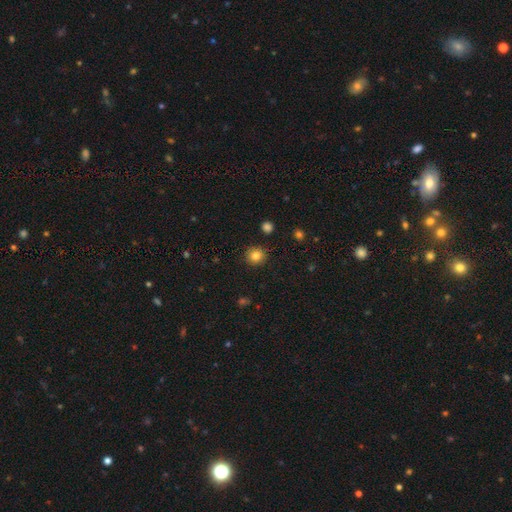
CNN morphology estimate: This appears to be a smooth galaxy with no disk features (84%) that is round (91%). Merging: none (90%).